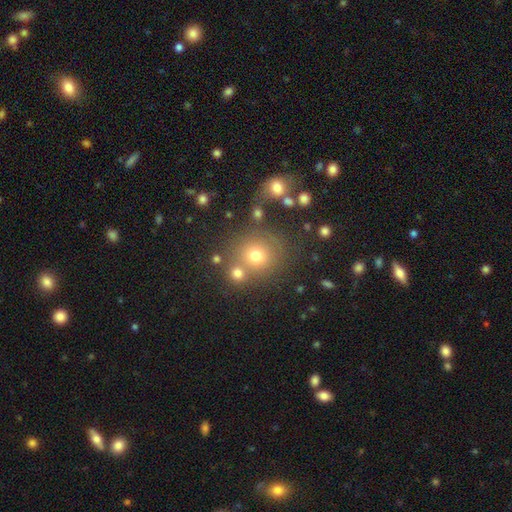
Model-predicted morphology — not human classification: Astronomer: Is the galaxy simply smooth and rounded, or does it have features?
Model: smooth — 71%.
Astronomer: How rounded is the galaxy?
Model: round — 87%.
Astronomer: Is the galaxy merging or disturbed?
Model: none — 67%.